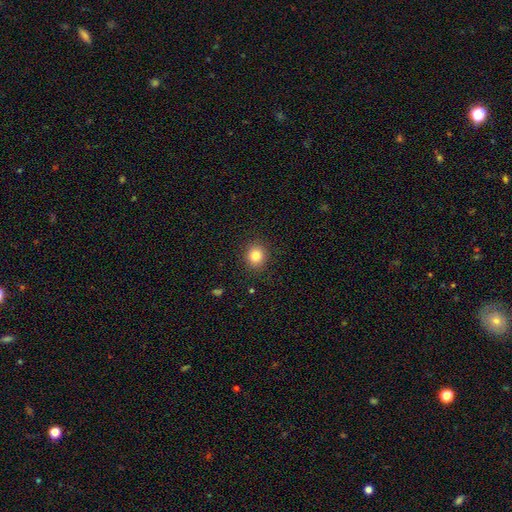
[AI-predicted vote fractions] Smooth or featured?
  - smooth: 82% *
  - star or artifact: 11%
  - featured or disk: 7%
How rounded?
  - round: 84% *
  - in between: 15%
  - cigar-shaped: 1%
Merging?
  - none: 89% *
  - minor disturbance: 7%
  - major disturbance: 2%
  - merger: 1%